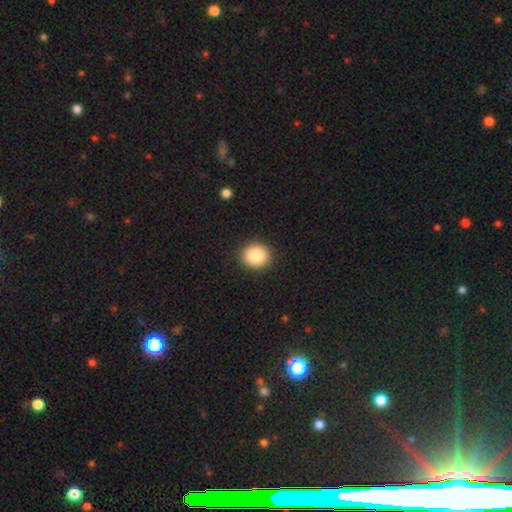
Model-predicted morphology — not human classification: This is clearly a smooth galaxy (86%). How rounded: clearly round (82%). Merging: clearly none (92%).